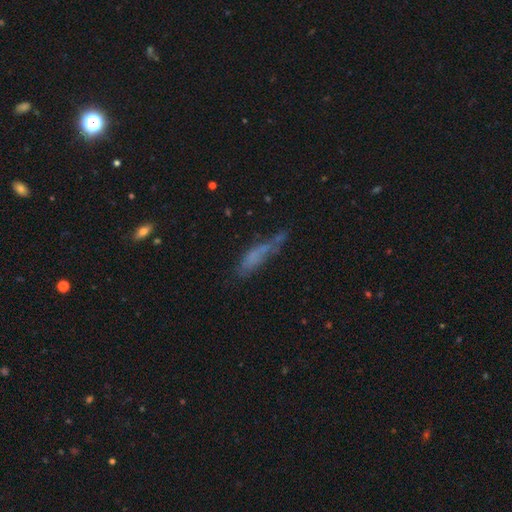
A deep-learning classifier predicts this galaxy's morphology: Overall: smooth (56%; featured or disk 31%). How rounded: cigar-shaped (71%). Merging: none (40%; minor disturbance 30%).